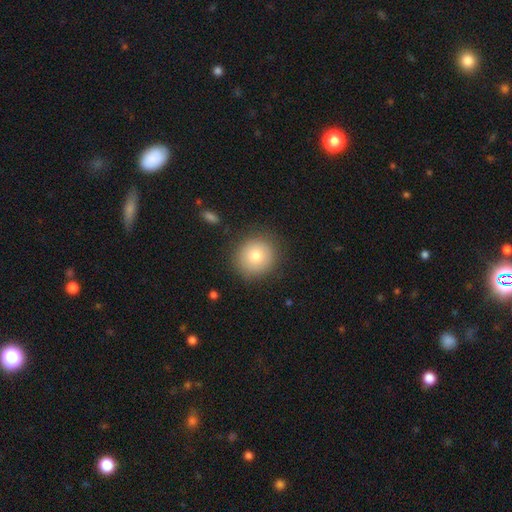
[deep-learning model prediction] Smooth or featured: smooth — 78% (featured or disk — 13%)
How rounded: round — 91% (in between — 8%)
Merging: none — 86% (minor disturbance — 9%)